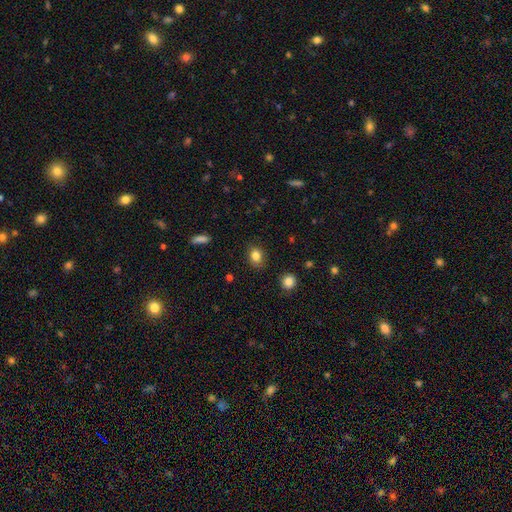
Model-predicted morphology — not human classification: This is clearly a smooth galaxy (84%). How rounded: possibly in between (57%). Merging: clearly none (84%).